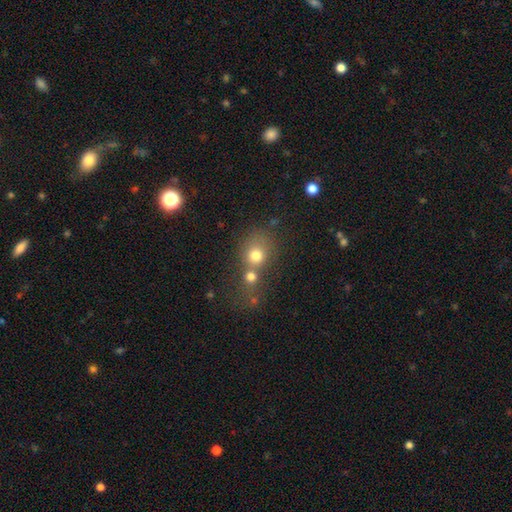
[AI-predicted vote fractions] Smooth or featured: smooth — 73% (star or artifact — 14%)
How rounded: round — 74% (in between — 25%)
Merging: merger — 50% (none — 36%)